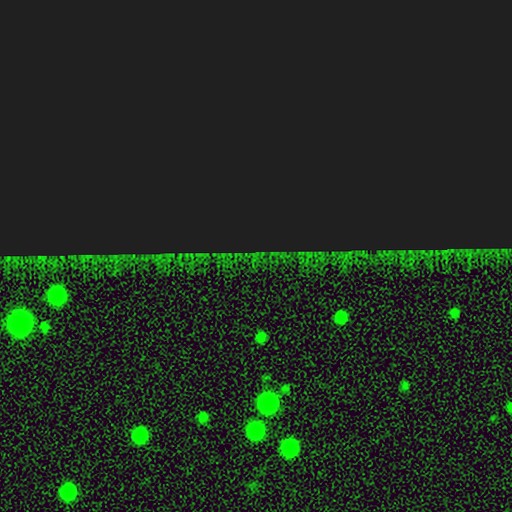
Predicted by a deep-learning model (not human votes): star or artifact 86%, smooth 7%, featured or disk 6%.